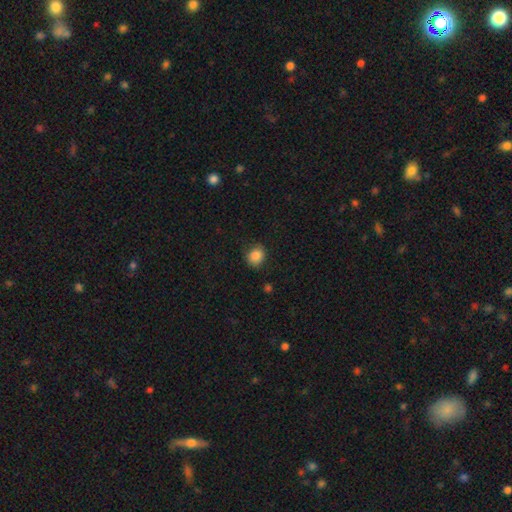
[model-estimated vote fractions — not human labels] smooth 86%, star or artifact 10%, featured or disk 4%. Down the decision tree: how rounded — round (71%); merging — none (83%).